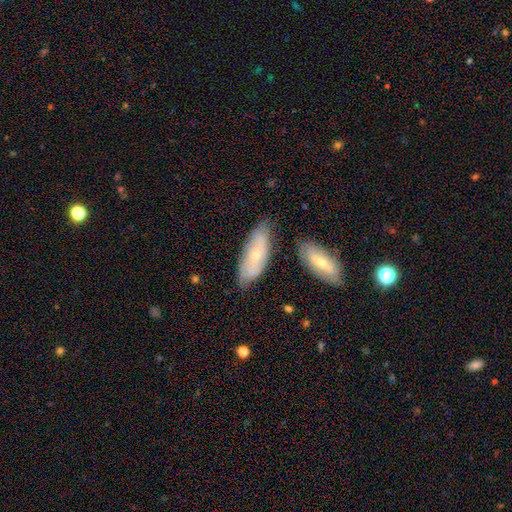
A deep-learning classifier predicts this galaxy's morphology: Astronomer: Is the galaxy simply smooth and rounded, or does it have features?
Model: smooth — 49% (runner-up: featured or disk, 44%).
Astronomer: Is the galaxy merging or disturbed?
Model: none — 65%.